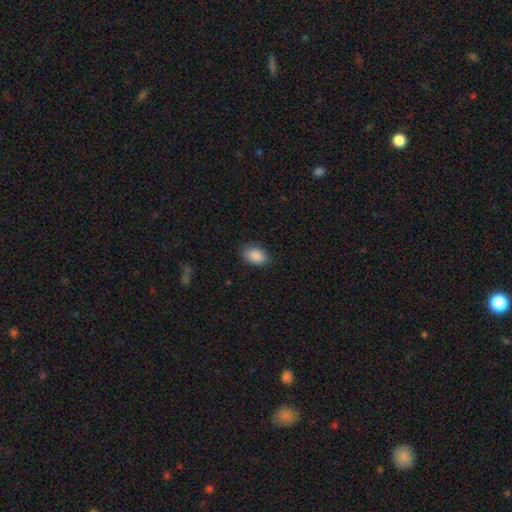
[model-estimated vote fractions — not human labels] Morphology: type=smooth (89%); roundness=in between (85%); merging=none (81%).